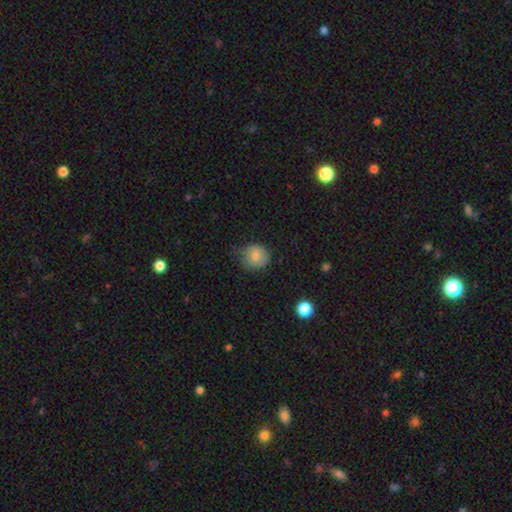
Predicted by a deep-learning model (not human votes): Smooth or featured: smooth — 80% (featured or disk — 11%)
How rounded: round — 78% (in between — 22%)
Merging: none — 62% (minor disturbance — 29%)